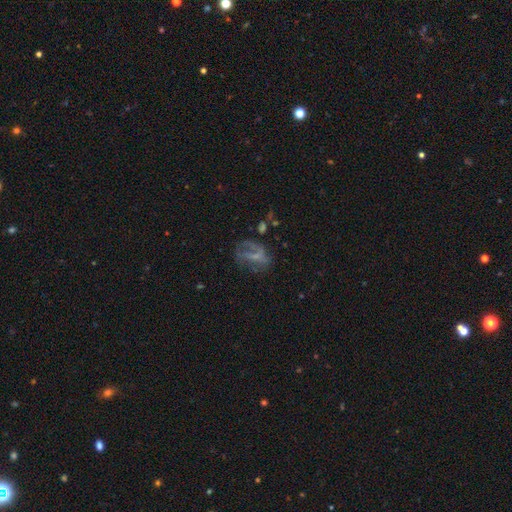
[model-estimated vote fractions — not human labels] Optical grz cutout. It shows a featured or disk galaxy (53%) with no bar (48%), no spiral arms (52%) and no central bulge (50%). Merging: none (40%).